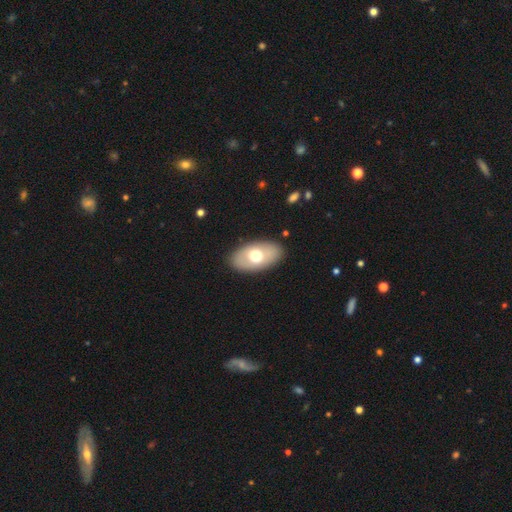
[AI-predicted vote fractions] Smooth or featured?
  - smooth: 63% *
  - featured or disk: 31%
  - star or artifact: 6%
How rounded?
  - in between: 93% *
  - round: 5%
  - cigar-shaped: 2%
Merging?
  - none: 87% *
  - minor disturbance: 9%
  - major disturbance: 3%
  - merger: 1%